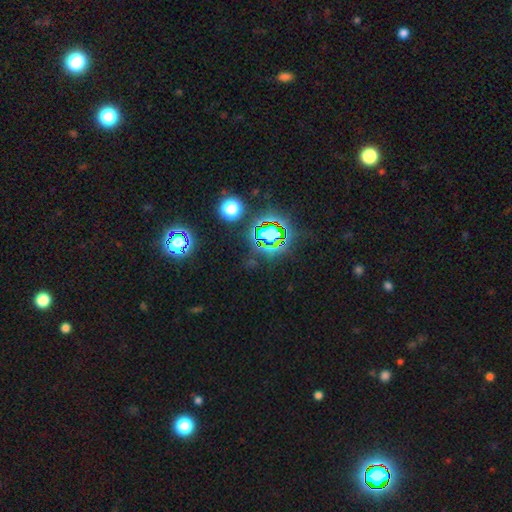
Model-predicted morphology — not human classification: This appears to be a star or artifact, not a galaxy (79%).